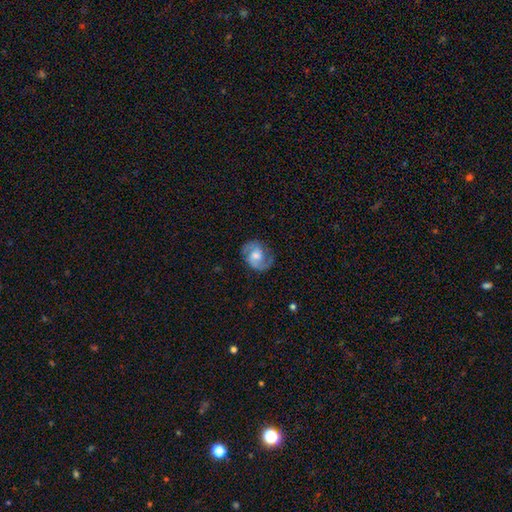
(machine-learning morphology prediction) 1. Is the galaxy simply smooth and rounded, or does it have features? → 78% featured or disk, 15% smooth, 6% star or artifact.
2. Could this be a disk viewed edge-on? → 98% no, 2% yes.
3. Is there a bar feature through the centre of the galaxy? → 53% no, 40% weak, 7% strong.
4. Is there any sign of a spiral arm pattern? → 95% yes, 5% no.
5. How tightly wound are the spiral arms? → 52% medium, 27% tight, 21% loose.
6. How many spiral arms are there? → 87% 2, 5% 1, 5% can't tell, 1% 3, 1% 4, 1% more than 4.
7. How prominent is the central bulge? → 57% moderate, 20% small, 16% large, 5% none, 2% dominant.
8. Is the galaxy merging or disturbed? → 76% none, 16% minor disturbance, 7% major disturbance, 1% merger.